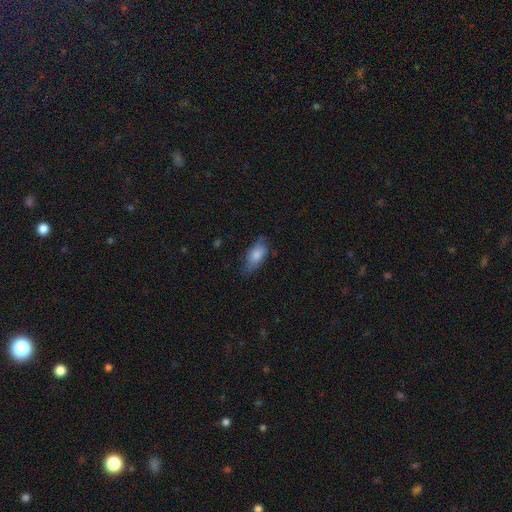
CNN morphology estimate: type=smooth (79%); roundness=in between (87%); merging=none (62%).